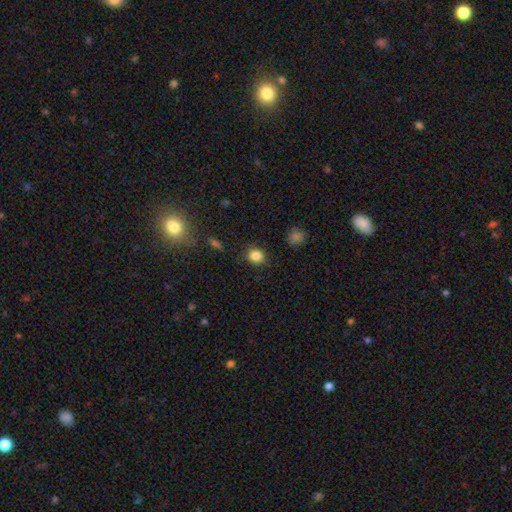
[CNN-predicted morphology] This appears to be a smooth galaxy with no disk features (84%) that is round (76%). Merging: none (84%).